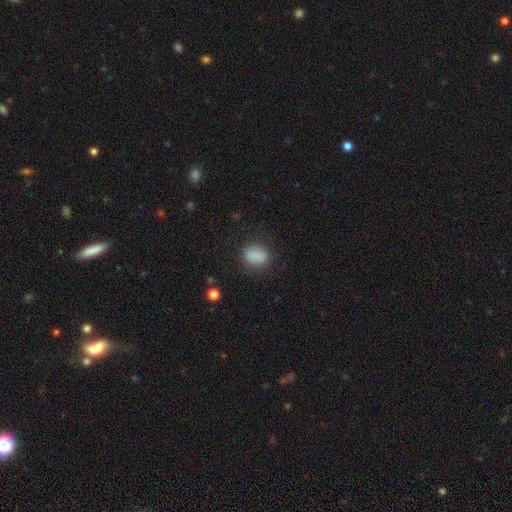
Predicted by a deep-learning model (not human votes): This is clearly a smooth galaxy (83%). How rounded: likely in between (61%). Merging: likely none (77%).